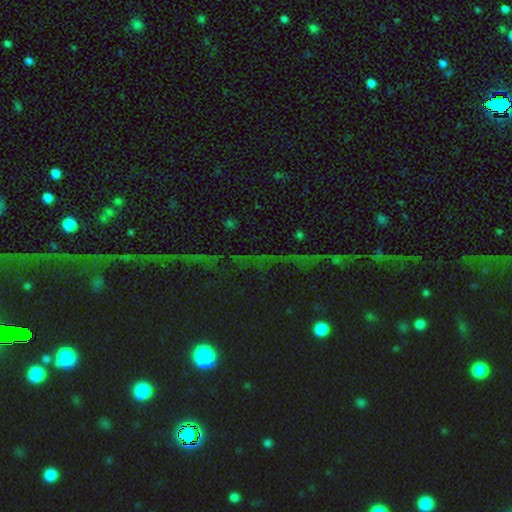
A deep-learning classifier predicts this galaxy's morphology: star or artifact 76%, smooth 12%, featured or disk 12%.